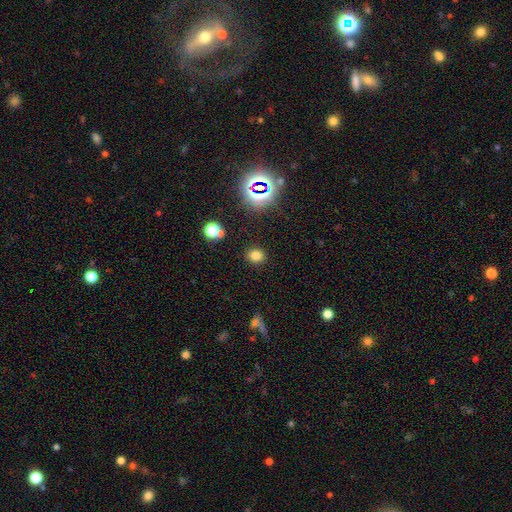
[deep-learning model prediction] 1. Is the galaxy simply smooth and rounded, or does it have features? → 74% smooth, 19% star or artifact, 7% featured or disk.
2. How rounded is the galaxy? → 68% round, 31% in between, 1% cigar-shaped.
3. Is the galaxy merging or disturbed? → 87% none, 7% minor disturbance, 3% major disturbance, 3% merger.